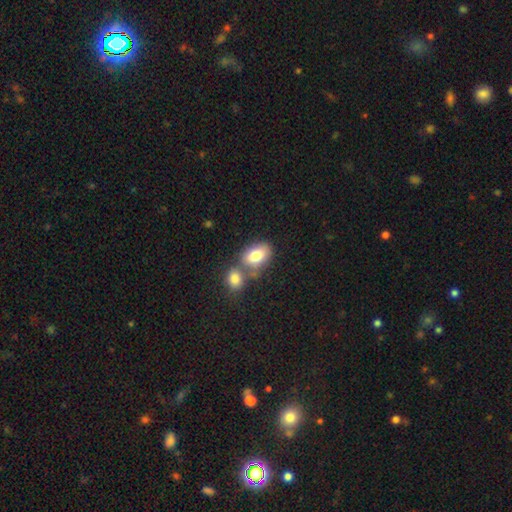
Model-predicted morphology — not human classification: Smooth or featured? Predicted: smooth (p=0.79). How rounded? Predicted: in between (p=0.86). Merging? Predicted: none (p=0.43).